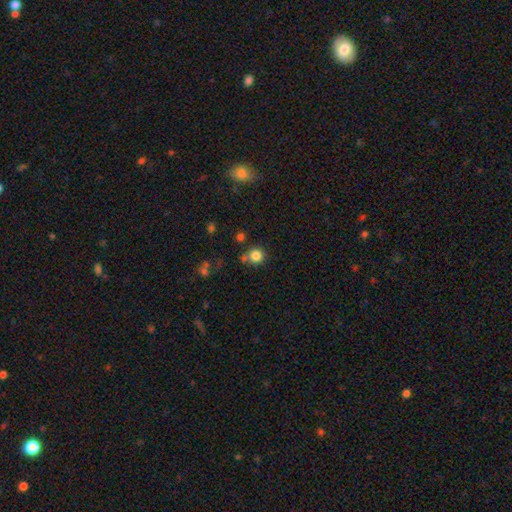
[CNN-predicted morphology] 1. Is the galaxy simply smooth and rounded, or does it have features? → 82% smooth, 12% star or artifact, 5% featured or disk.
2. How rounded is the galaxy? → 92% round, 7% in between, 1% cigar-shaped.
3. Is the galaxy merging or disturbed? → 71% none, 14% merger, 12% minor disturbance, 4% major disturbance.